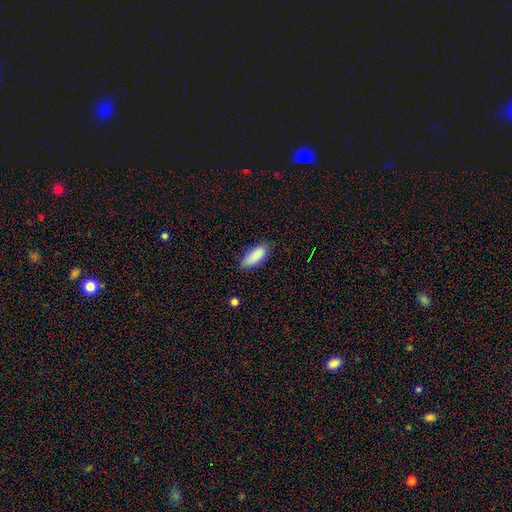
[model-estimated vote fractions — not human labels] Q: Smooth or featured?
A: smooth (88%); runner-up: star or artifact (6%)
Q: How rounded?
A: in between (77%); runner-up: cigar-shaped (21%)
Q: Merging?
A: none (76%); runner-up: minor disturbance (19%)